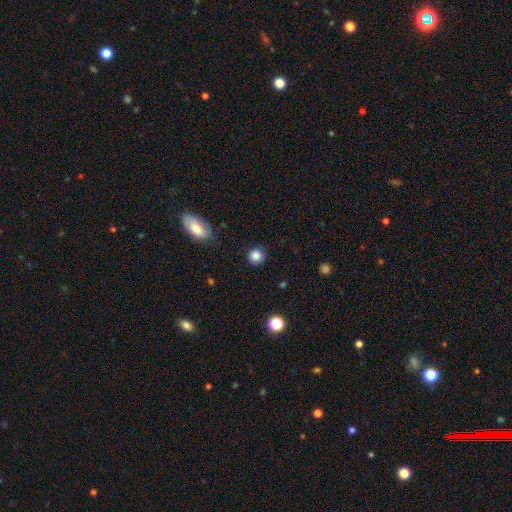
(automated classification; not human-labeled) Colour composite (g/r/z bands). It shows a smooth galaxy with no disk features (85%) that is round (92%). Merging: none (87%).